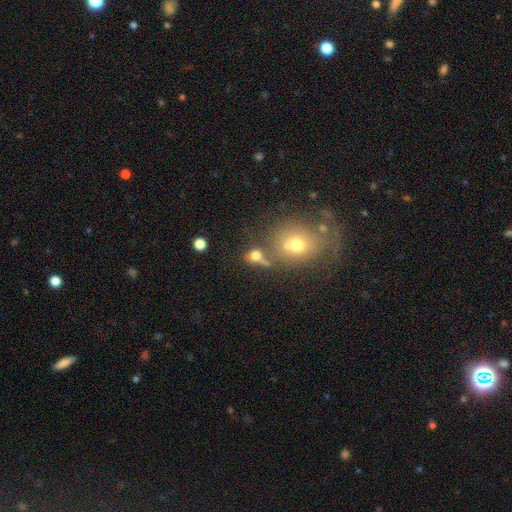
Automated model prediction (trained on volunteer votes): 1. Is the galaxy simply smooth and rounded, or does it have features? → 71% smooth, 16% star or artifact, 13% featured or disk.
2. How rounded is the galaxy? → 60% round, 36% in between, 3% cigar-shaped.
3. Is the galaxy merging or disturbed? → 45% none, 31% merger, 14% minor disturbance, 10% major disturbance.